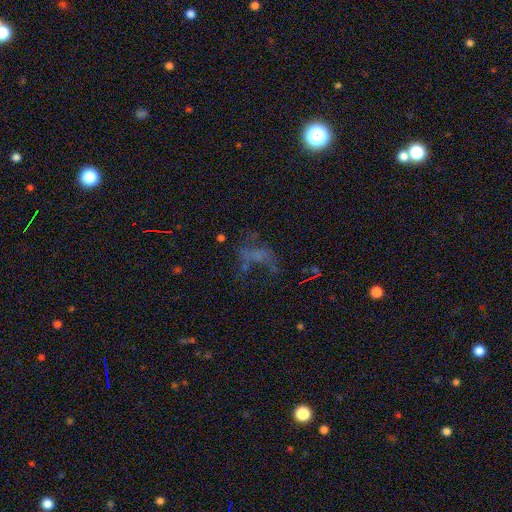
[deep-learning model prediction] smooth_or_featured: featured or disk (p=0.41) [alt: star or artifact p=0.31]
merging: major disturbance (p=0.40) [alt: none p=0.37]